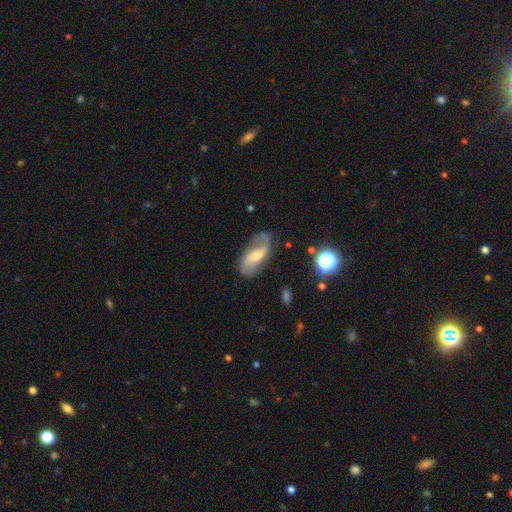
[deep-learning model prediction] A featured or disk galaxy (77%) with a weak bar (40%), 2 (88%) loose (68%) spiral arms (92%) and a small central bulge (50%).

Vote fractions:
- Smooth or featured? featured or disk: 77% / smooth: 16% / star or artifact: 7%
- Edge-on disk? no: 94% / yes: 6%
- Bar? weak: 40% / no: 36% / strong: 24%
- Spiral arms? yes: 92% / no: 8%
- Spiral winding? loose: 68% / medium: 24% / tight: 8%
- Spiral arm count? 2: 88% / can't tell: 5% / 1: 4% / 3: 1% / 4: 1% / more than 4: 1%
- Bulge size? small: 50% / moderate: 44% / large: 3% / none: 2% / dominant: 1%
- Merging? none: 73% / minor disturbance: 18% / major disturbance: 7% / merger: 2%